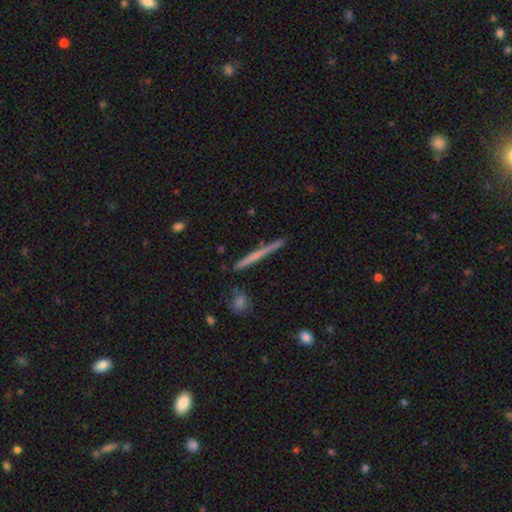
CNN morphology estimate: Smooth or featured? featured or disk (49%)
Merging? none (90%)